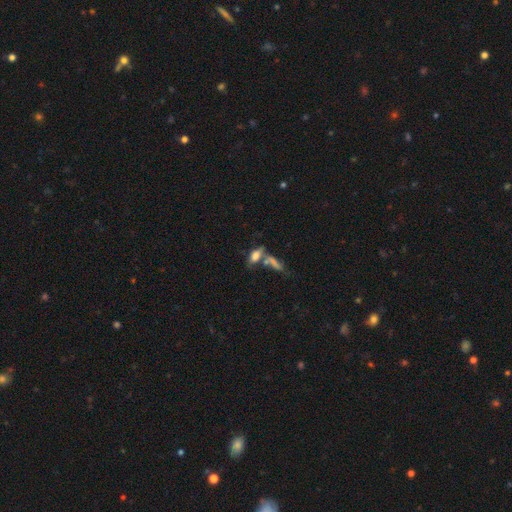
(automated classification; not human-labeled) smooth_or_featured: smooth (p=0.71) [alt: featured or disk p=0.18]
how_rounded: in between (p=0.78) [alt: cigar-shaped p=0.17]
merging: merger (p=0.43) [alt: none p=0.37]